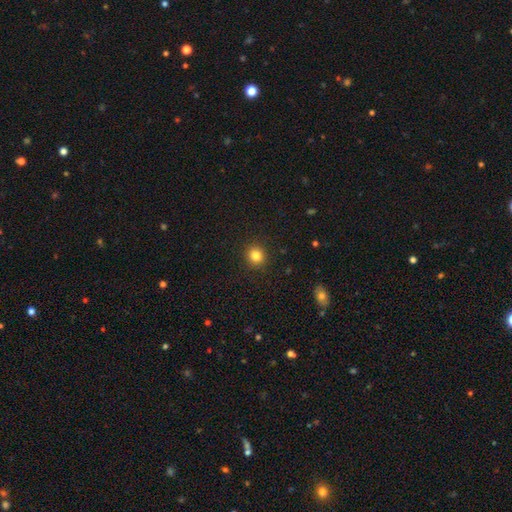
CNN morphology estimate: Smooth or featured: smooth — 83% (star or artifact — 12%)
How rounded: round — 88% (in between — 11%)
Merging: none — 91% (minor disturbance — 6%)